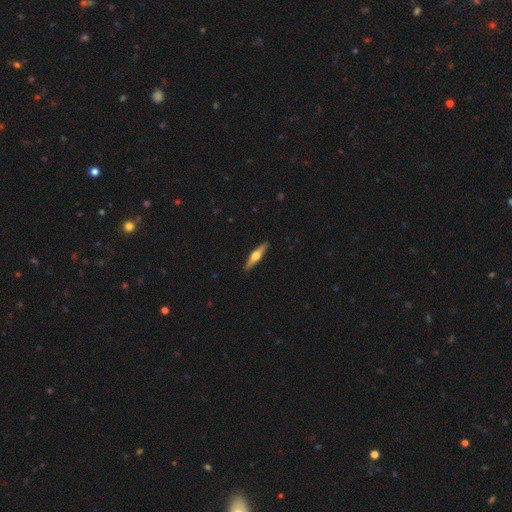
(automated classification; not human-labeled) Smooth or featured? featured or disk (63%)
Edge-on disk? yes (96%)
Edge-on bulge? rounded (95%)
Merging? none (91%)